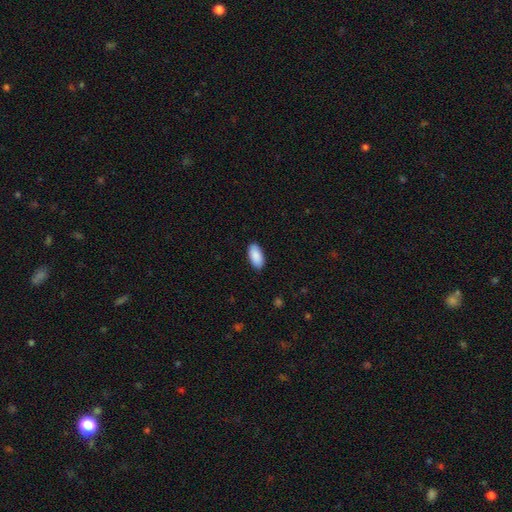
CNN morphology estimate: Smooth or featured?
  - smooth: 91% *
  - star or artifact: 6%
  - featured or disk: 3%
How rounded?
  - in between: 94% *
  - cigar-shaped: 4%
  - round: 2%
Merging?
  - none: 89% *
  - minor disturbance: 8%
  - major disturbance: 2%
  - merger: 1%